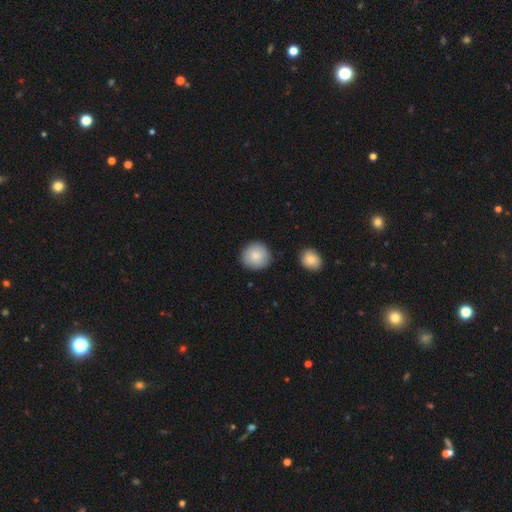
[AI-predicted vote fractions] Morphology: type=smooth (86%); roundness=round (92%); merging=none (87%).